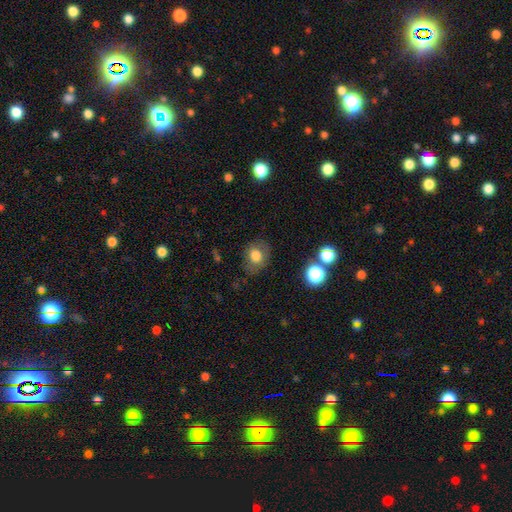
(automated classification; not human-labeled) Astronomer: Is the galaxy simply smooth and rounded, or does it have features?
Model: smooth — 75%.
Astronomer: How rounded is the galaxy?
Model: round — 57% (runner-up: in between, 42%).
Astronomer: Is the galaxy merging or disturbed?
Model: none — 73%.